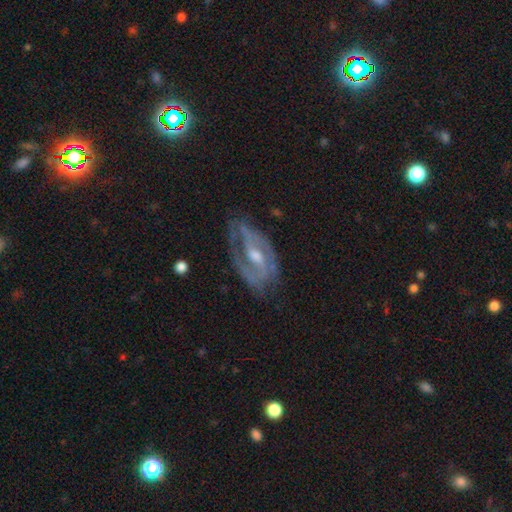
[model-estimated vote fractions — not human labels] smooth-or-featured: featured or disk: 75% | smooth: 13% | star or artifact: 12%
  disk-edge-on: no: 93% | yes: 7%
    bar: weak: 41% | no: 37% | strong: 22%
    has-spiral-arms: yes: 79% | no: 21%
      spiral-winding: tight: 48% | medium: 37% | loose: 15%
      spiral-arm-count: 2: 47% | can't tell: 33% | 1: 9% | 3: 7% | 4: 3% | more than 4: 3%
    bulge-size: small: 49% | moderate: 46% | large: 2% | none: 2% | dominant: 1%
  merging: none: 64% | minor disturbance: 21% | major disturbance: 12% | merger: 2%